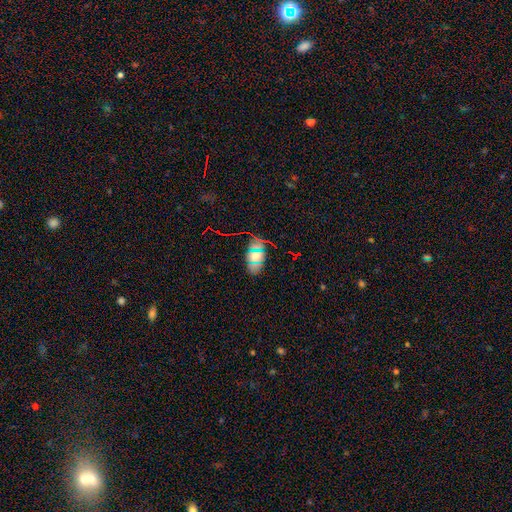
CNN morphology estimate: Overall: smooth (58%; star or artifact 28%). How rounded: in between (87%). Merging: none (78%).